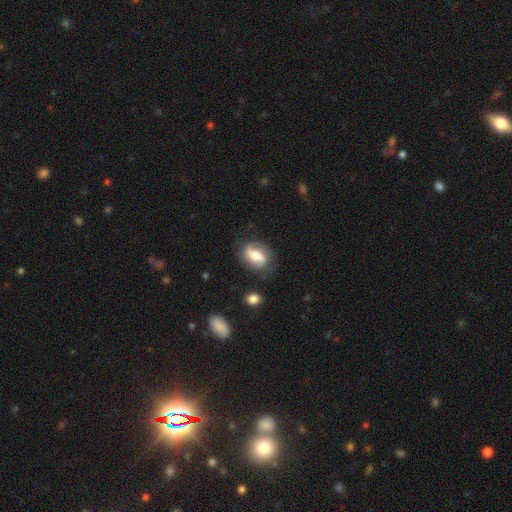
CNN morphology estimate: Smooth or featured? Predicted: featured or disk (p=0.59). Edge-on disk? Predicted: no (p=0.94). Bar? Predicted: weak (p=0.40). Spiral arms? Predicted: yes (p=0.84). Bulge size? Predicted: moderate (p=0.59). Merging? Predicted: none (p=0.72).